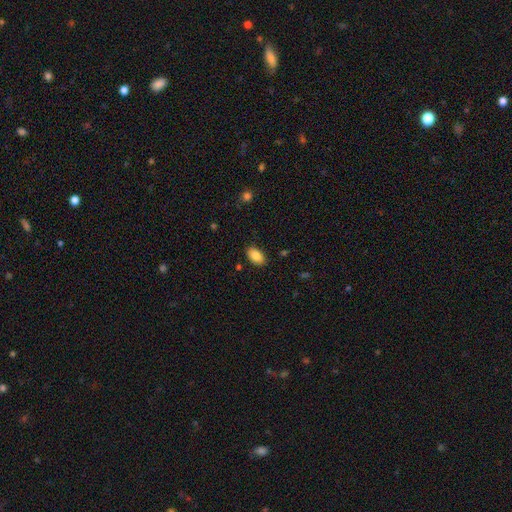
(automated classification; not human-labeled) This is clearly a smooth galaxy (86%). How rounded: clearly in between (93%). Merging: clearly none (87%).